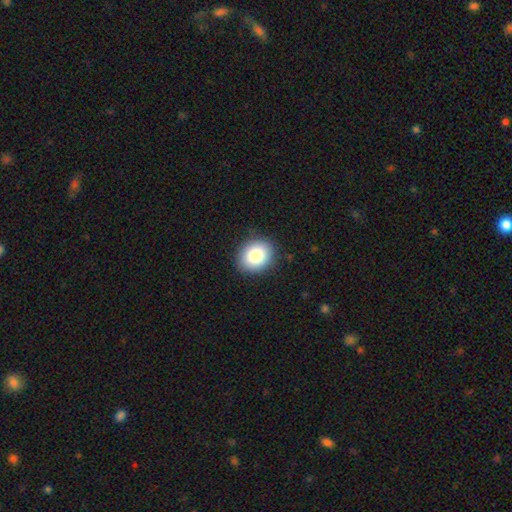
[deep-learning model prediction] Smooth or featured? Predicted: smooth (p=0.86). How rounded? Predicted: round (p=0.57). Merging? Predicted: none (p=0.88).